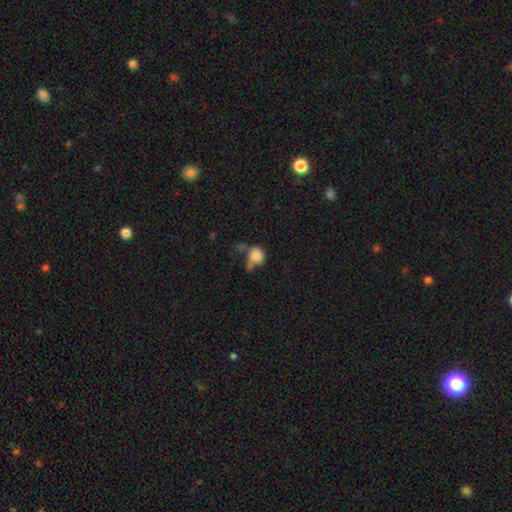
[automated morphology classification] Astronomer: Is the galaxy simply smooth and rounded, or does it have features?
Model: smooth — 80%.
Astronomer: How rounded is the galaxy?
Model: round — 68%.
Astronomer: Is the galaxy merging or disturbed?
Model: none — 30% (runner-up: minor disturbance, 25%).